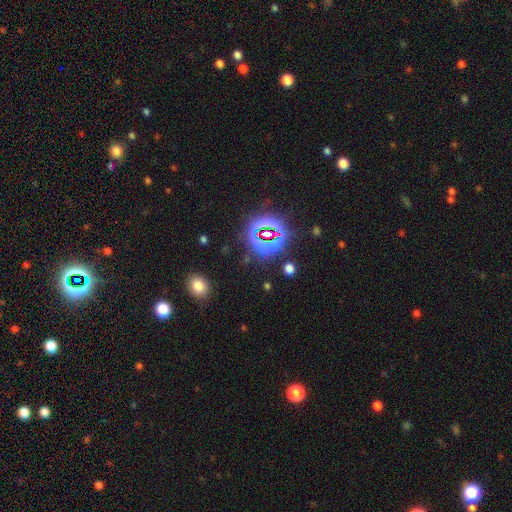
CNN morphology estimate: A star or artifact, not a galaxy (77%).

Vote fractions:
- Smooth or featured? star or artifact: 77% / smooth: 13% / featured or disk: 10%